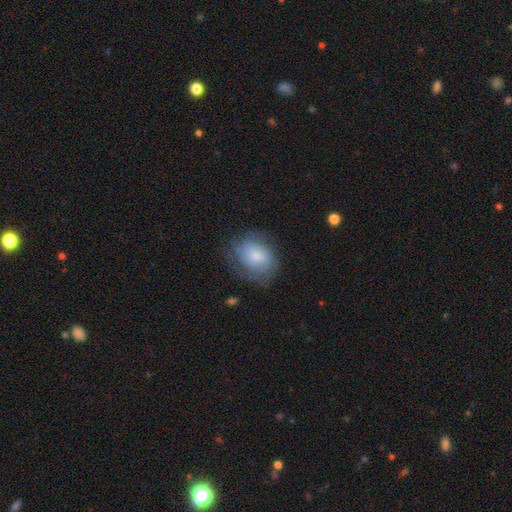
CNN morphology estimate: Overall: smooth (56%; featured or disk 36%). How rounded: in between (50%; round 49%). Merging: none (61%; minor disturbance 24%).